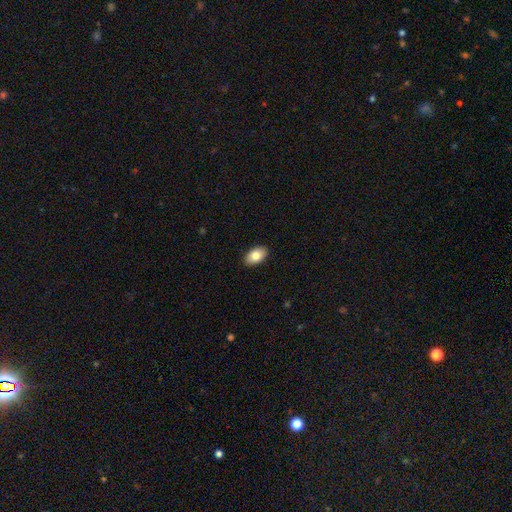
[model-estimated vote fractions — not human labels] A smooth galaxy with no disk features (83%) that is in between round and cigar-shaped (93%).

Vote fractions:
- Smooth or featured? smooth: 83% / featured or disk: 10% / star or artifact: 7%
- How rounded? in between: 93% / round: 5% / cigar-shaped: 1%
- Merging? none: 90% / minor disturbance: 7% / major disturbance: 2% / merger: 1%